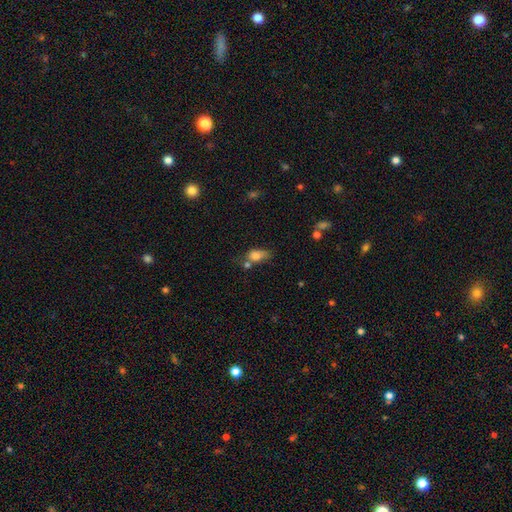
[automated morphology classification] smooth_or_featured: smooth (p=0.76) [alt: featured or disk p=0.13]
how_rounded: in between (p=0.79) [alt: round p=0.13]
merging: none (p=0.38) [alt: minor disturbance p=0.26]